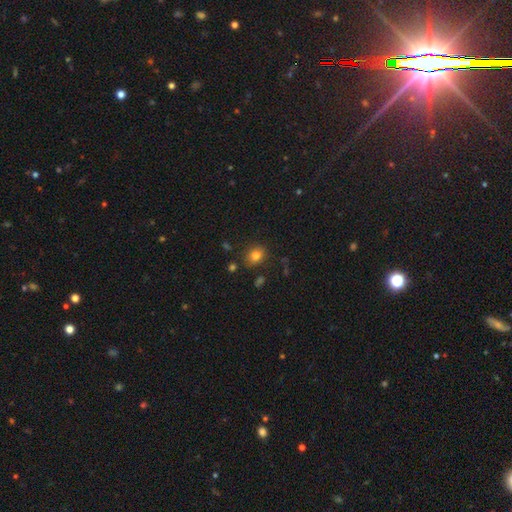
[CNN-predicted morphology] A smooth galaxy with no disk features (80%) that is round (56%). Merging: none (80%).